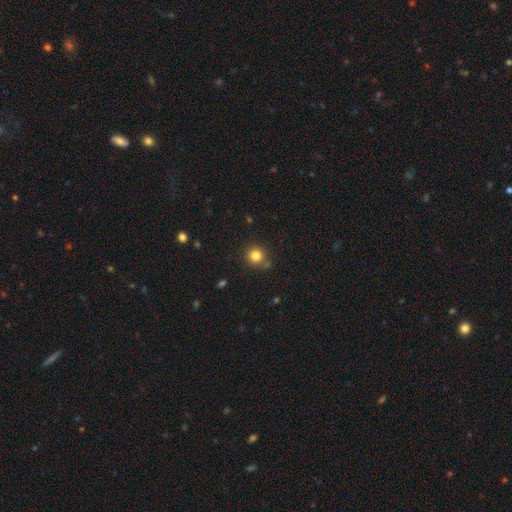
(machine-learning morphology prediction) The model was most divided on "smooth or featured": smooth: 82%, star or artifact: 13%, featured or disk: 6%. More confident: how rounded — round (93%); merging — none (81%).